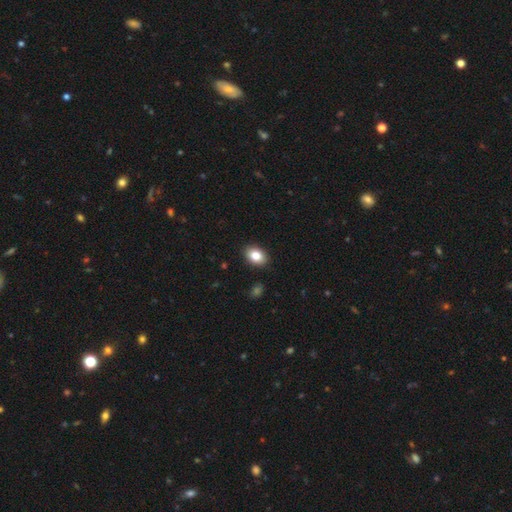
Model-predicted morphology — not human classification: smooth 83%, featured or disk 8%, star or artifact 8%. Down the decision tree: how rounded — in between (79%); merging — none (89%).